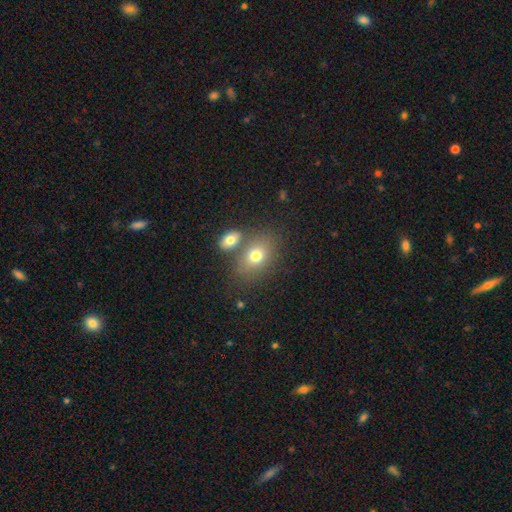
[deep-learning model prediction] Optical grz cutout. It shows a smooth galaxy with no disk features (74%) that is in between round and cigar-shaped (74%). Merging: none (59%).